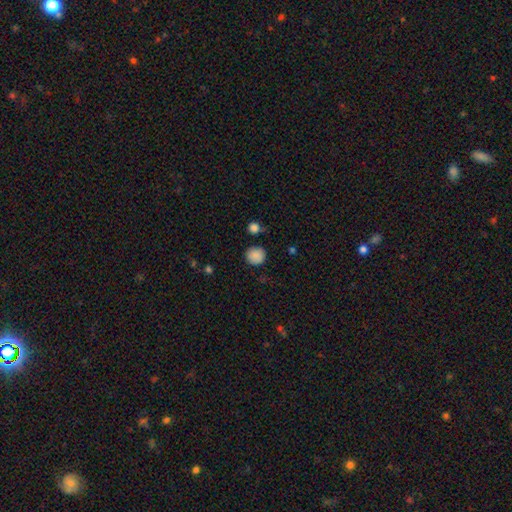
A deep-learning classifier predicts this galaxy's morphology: Overall: smooth (88%). How rounded: round (89%). Merging: none (84%).